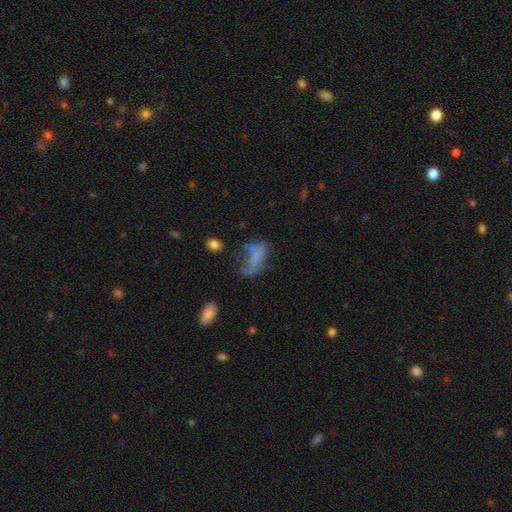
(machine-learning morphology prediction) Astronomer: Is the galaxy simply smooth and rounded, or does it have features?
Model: smooth — 54% (runner-up: featured or disk, 30%).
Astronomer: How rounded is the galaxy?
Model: in between — 81%.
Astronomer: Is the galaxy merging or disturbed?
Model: major disturbance — 39% (runner-up: none, 28%).